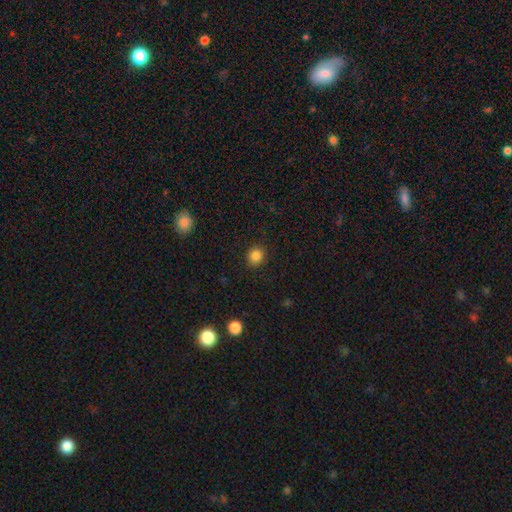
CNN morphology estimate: Smooth or featured?
  - smooth: 85% *
  - star or artifact: 11%
  - featured or disk: 4%
How rounded?
  - round: 76% *
  - in between: 23%
  - cigar-shaped: 1%
Merging?
  - none: 88% *
  - minor disturbance: 8%
  - major disturbance: 2%
  - merger: 1%